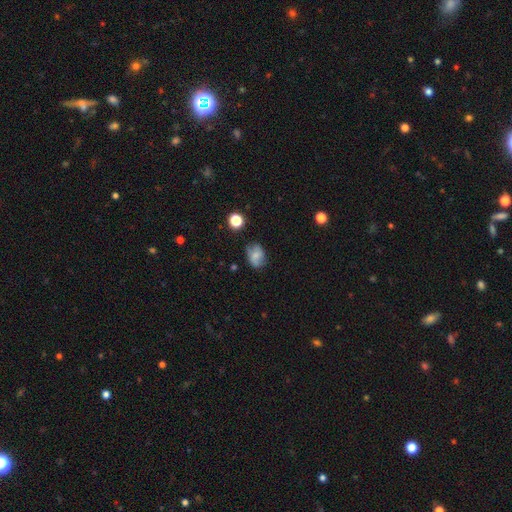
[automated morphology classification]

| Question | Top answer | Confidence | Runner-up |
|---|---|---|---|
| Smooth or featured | smooth | 58% | featured or disk (31%) |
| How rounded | in between | 63% | round (36%) |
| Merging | none | 62% | minor disturbance (26%) |